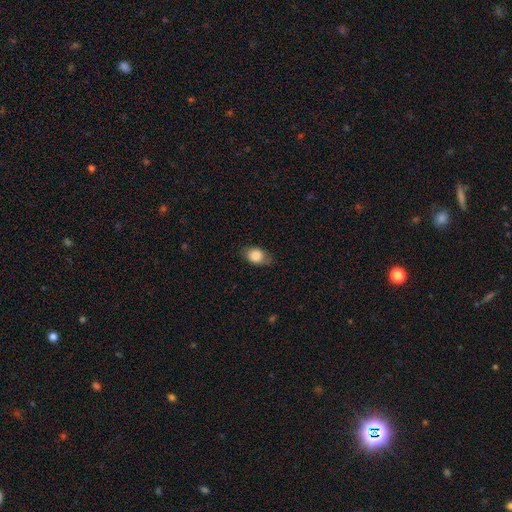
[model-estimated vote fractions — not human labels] smooth-or-featured: smooth: 83% | featured or disk: 9% | star or artifact: 7%
  how-rounded: in between: 73% | round: 25% | cigar-shaped: 2%
  merging: none: 71% | minor disturbance: 23% | major disturbance: 5% | merger: 1%